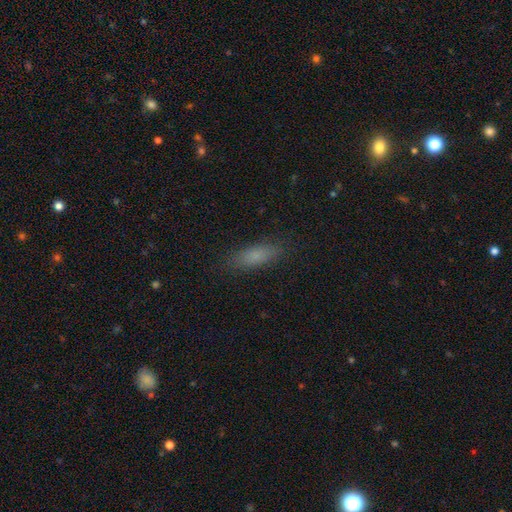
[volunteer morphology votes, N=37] This is clearly a smooth galaxy (84%). How rounded: likely in between (65%). Merging: clearly none (91%).